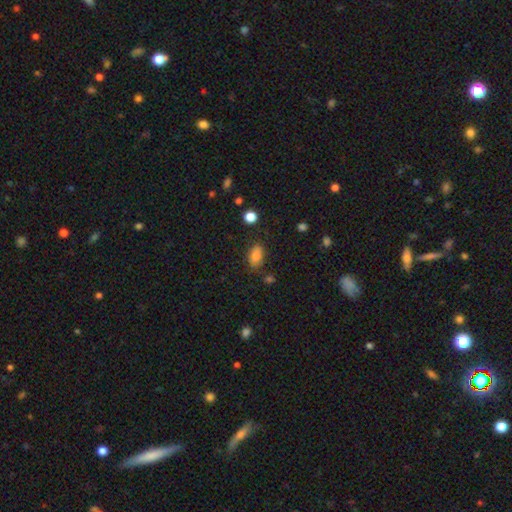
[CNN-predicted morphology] Q: Smooth or featured?
A: smooth (84%); runner-up: star or artifact (9%)
Q: How rounded?
A: in between (89%); runner-up: round (8%)
Q: Merging?
A: none (78%); runner-up: minor disturbance (15%)